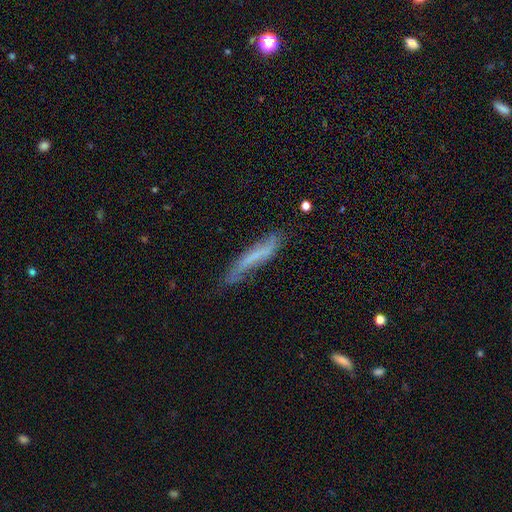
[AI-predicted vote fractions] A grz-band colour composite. It shows a featured or disk galaxy (49%). Merging: none (58%).